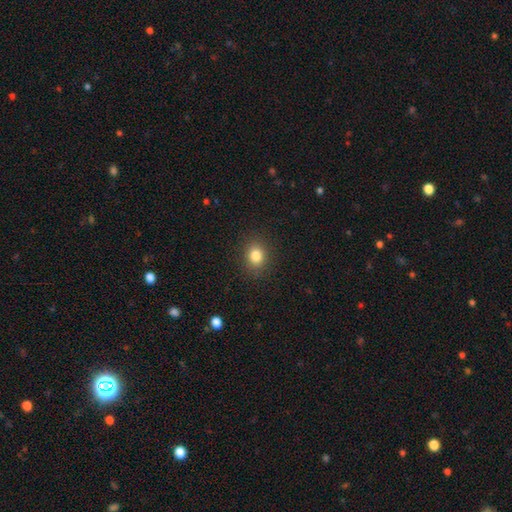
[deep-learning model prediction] This appears to be a smooth galaxy with no disk features (83%) that is round (59%). Merging: none (89%).